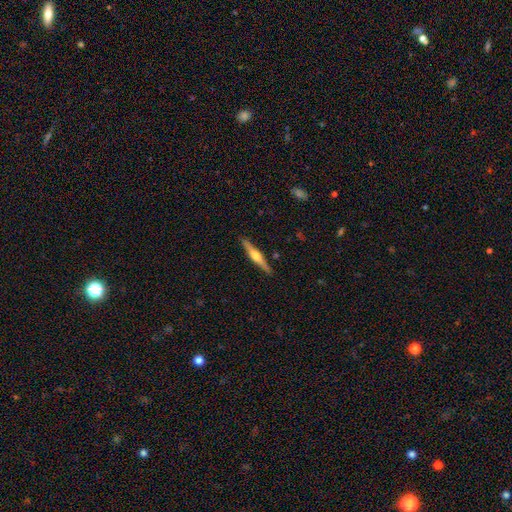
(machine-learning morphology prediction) Overall: featured or disk (67%). Edge-on disk: yes (98%). Edge-on bulge: rounded (89%). Merging: none (90%).